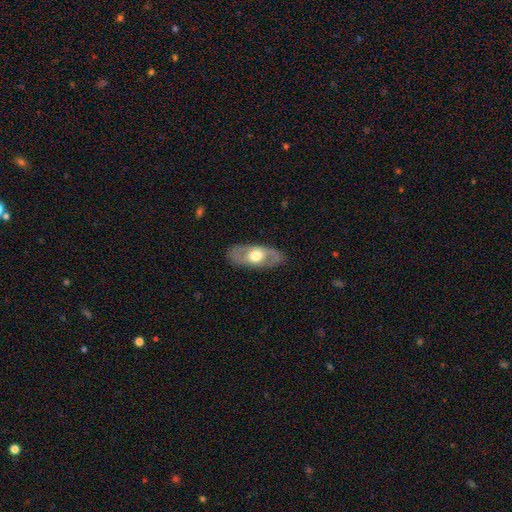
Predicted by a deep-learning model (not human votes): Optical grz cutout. It shows a featured or disk galaxy (57%). Merging: none (83%).